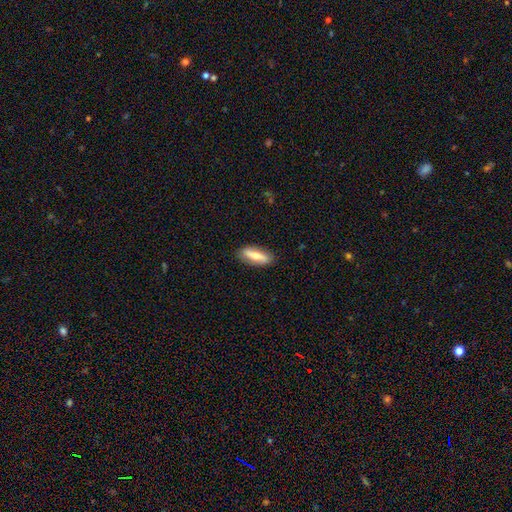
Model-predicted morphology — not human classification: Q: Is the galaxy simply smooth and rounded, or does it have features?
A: smooth — 55%.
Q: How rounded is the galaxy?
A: in between — 59%.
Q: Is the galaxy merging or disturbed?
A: none — 86%.